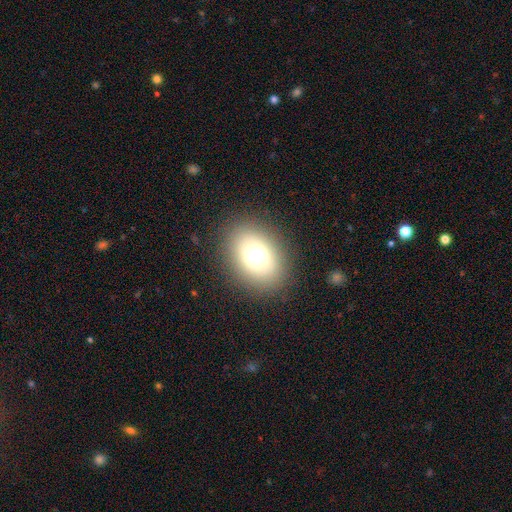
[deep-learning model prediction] Overall: smooth (70%). How rounded: in between (63%; round 36%). Merging: none (85%).